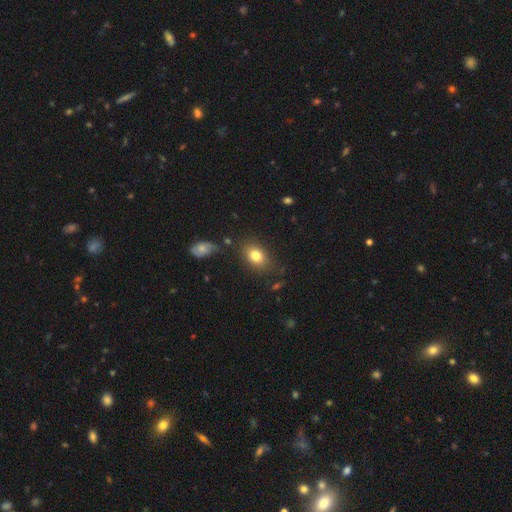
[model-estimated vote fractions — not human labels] Smooth or featured? smooth (80%)
How rounded? in between (73%)
Merging? none (78%)